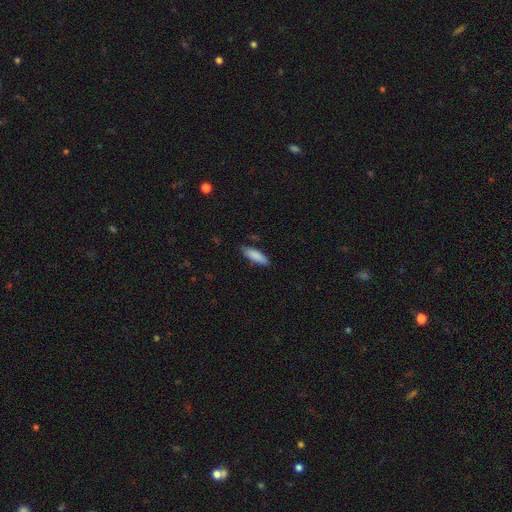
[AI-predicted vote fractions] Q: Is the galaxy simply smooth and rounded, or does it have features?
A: smooth — 87%.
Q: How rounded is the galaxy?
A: cigar-shaped — 52%.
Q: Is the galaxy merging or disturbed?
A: none — 83%.